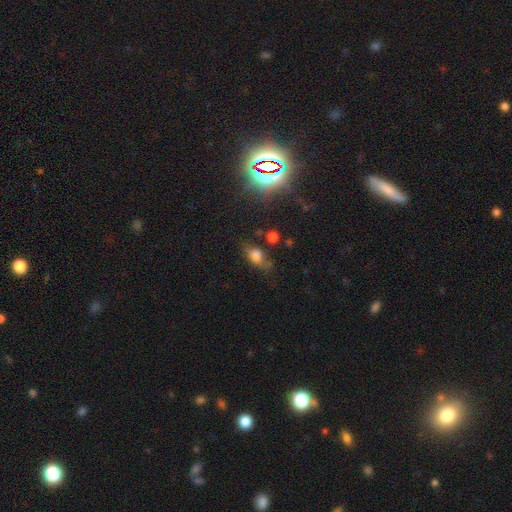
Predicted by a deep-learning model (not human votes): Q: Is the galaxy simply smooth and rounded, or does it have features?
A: smooth — 64%.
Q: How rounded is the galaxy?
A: in between — 73%.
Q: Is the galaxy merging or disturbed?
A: none — 54%.